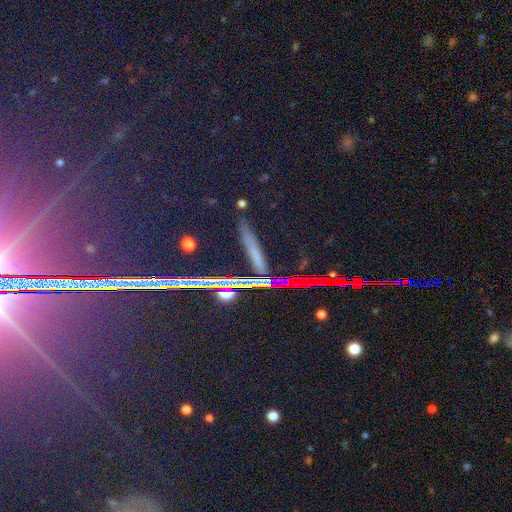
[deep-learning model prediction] smooth_or_featured: star or artifact (p=0.64) [alt: smooth p=0.19]